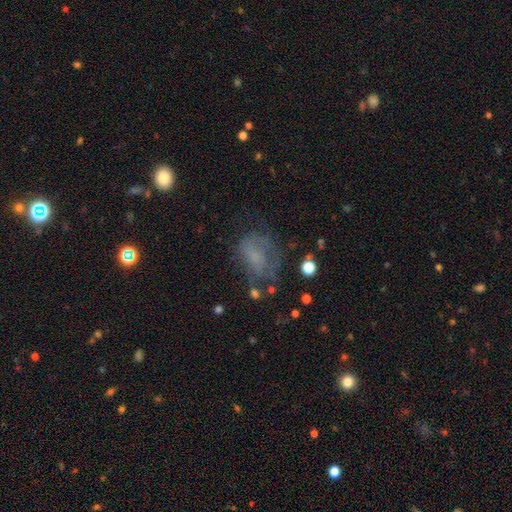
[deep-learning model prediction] This is possibly a smooth galaxy (50%). How rounded: likely in between (71%). Merging: marginally none (40%).